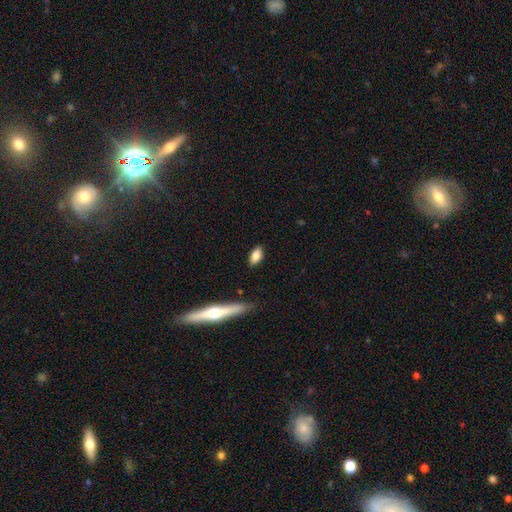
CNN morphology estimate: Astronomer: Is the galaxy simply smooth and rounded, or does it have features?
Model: smooth — 81%.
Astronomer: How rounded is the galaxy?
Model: in between — 84%.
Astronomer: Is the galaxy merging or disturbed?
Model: none — 85%.